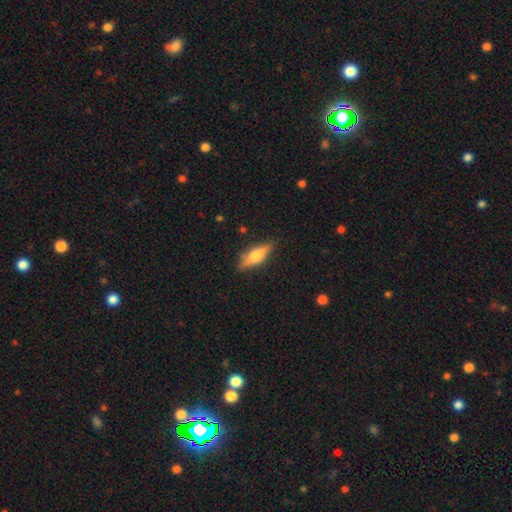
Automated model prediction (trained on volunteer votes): featured or disk 48%, smooth 46%, star or artifact 7%. Down the decision tree: merging — none (85%).